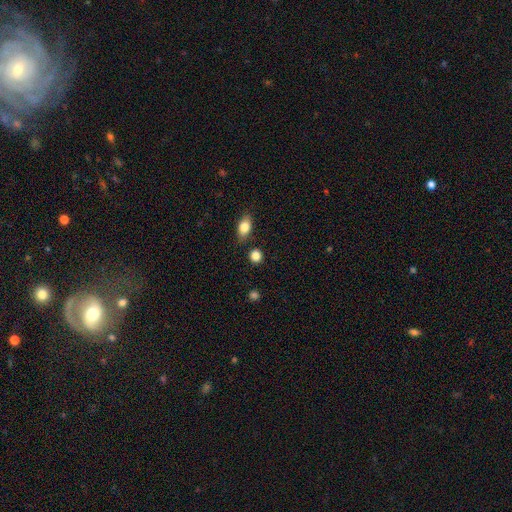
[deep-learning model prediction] The model was most divided on "how rounded": round: 80%, in between: 18%, cigar-shaped: 2%. More confident: smooth or featured — smooth (84%); merging — none (83%).